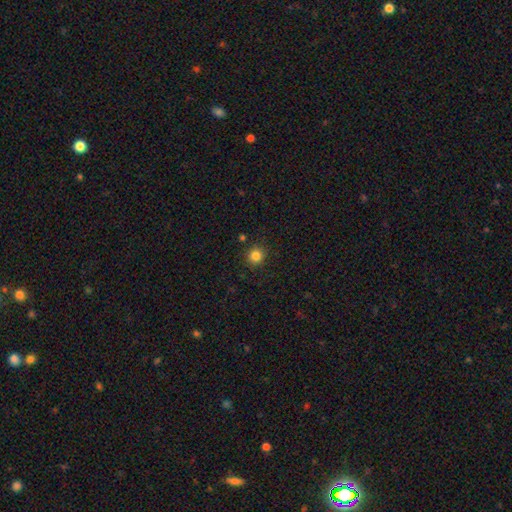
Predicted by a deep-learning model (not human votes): A smooth galaxy with no disk features (84%) that is round (93%). Merging: none (89%).